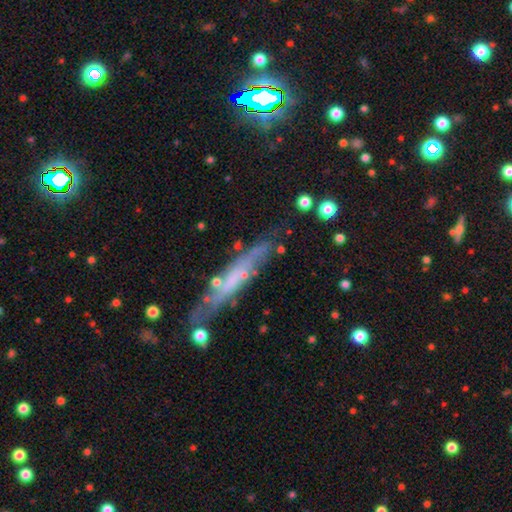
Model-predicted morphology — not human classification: A featured or disk galaxy (59%) viewed edge-on (70%).

Vote fractions:
- Smooth or featured? featured or disk: 59% / smooth: 30% / star or artifact: 11%
- Edge-on disk? yes: 70% / no: 30%
- Merging? none: 67% / minor disturbance: 21% / major disturbance: 7% / merger: 5%